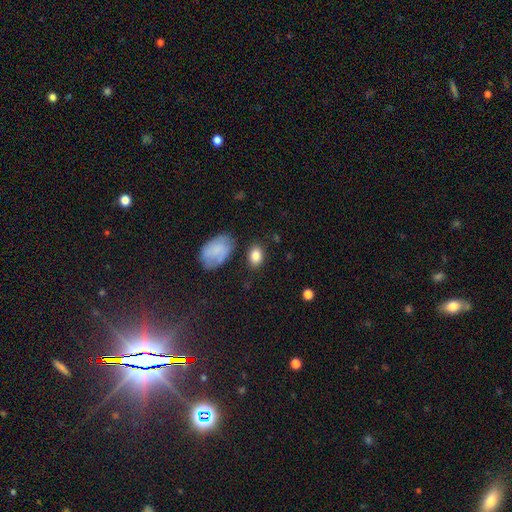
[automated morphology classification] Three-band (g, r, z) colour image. It shows a smooth galaxy with no disk features (85%) that is in between round and cigar-shaped (78%). Merging: none (78%).